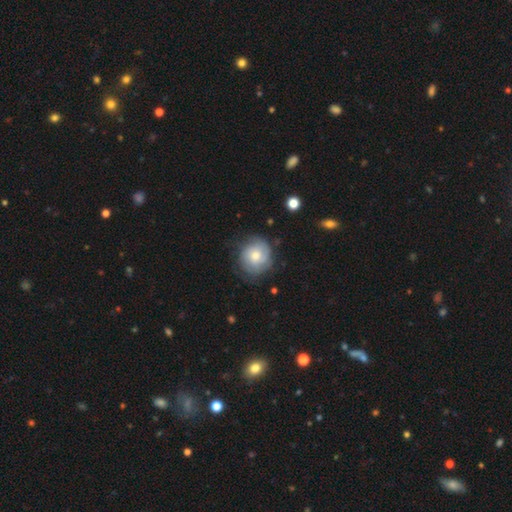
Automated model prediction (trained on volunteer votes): This is possibly a smooth galaxy (50%). Merging: likely none (69%).